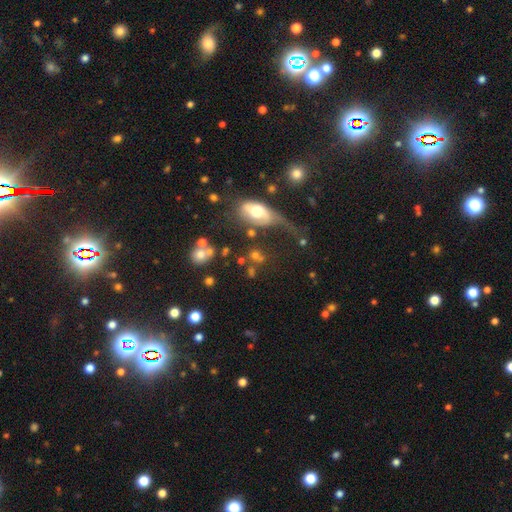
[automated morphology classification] Smooth or featured?
  - smooth: 59% *
  - featured or disk: 24%
  - star or artifact: 17%
How rounded?
  - round: 53% *
  - in between: 42%
  - cigar-shaped: 5%
Merging?
  - none: 39% *
  - merger: 22%
  - major disturbance: 22%
  - minor disturbance: 17%